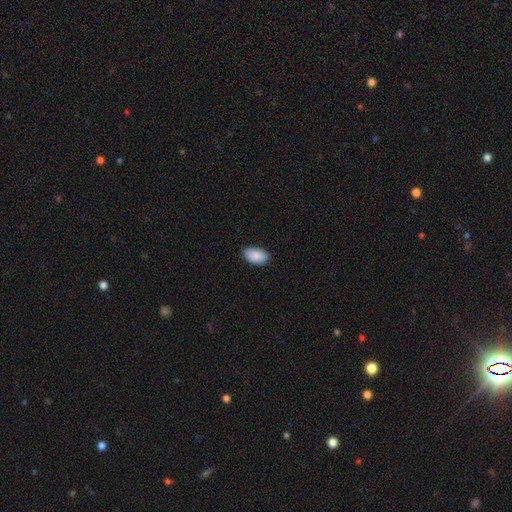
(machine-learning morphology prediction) smooth_or_featured: smooth (p=0.90) [alt: star or artifact p=0.06]
how_rounded: in between (p=0.95) [alt: round p=0.03]
merging: none (p=0.88) [alt: minor disturbance p=0.10]